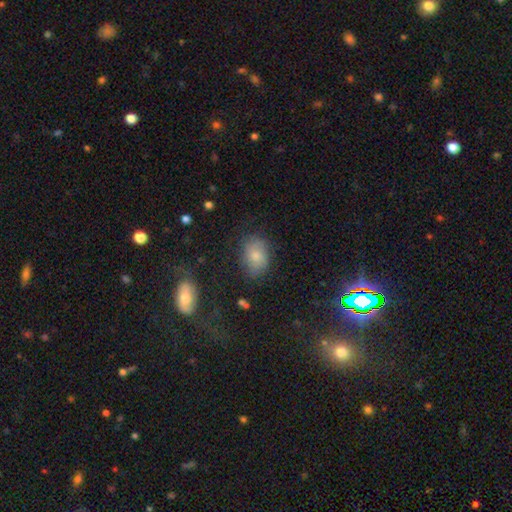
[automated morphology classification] Smooth or featured? Predicted: smooth (p=0.73). How rounded? Predicted: in between (p=0.77). Merging? Predicted: none (p=0.72).